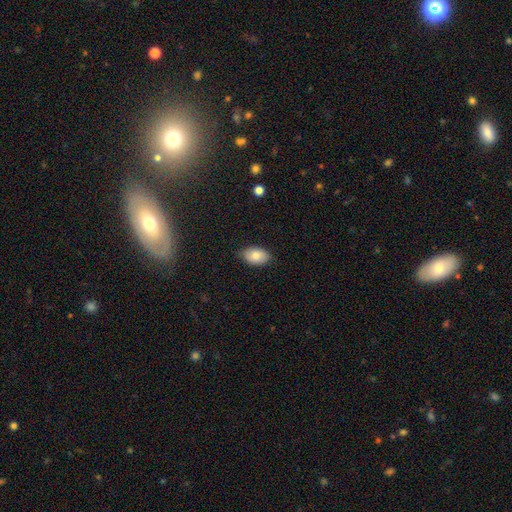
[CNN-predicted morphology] A smooth galaxy with no disk features (82%) that is in between round and cigar-shaped (90%). Merging: none (84%).